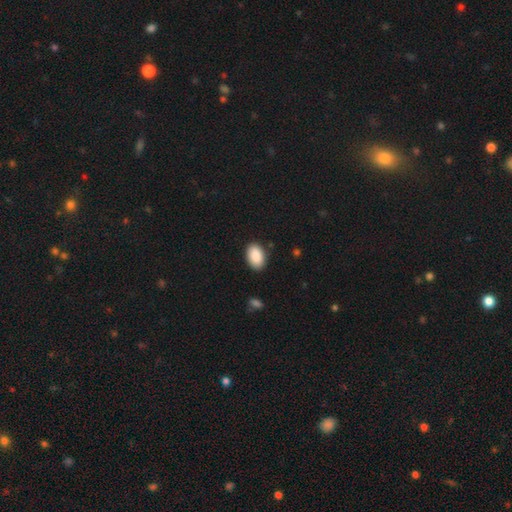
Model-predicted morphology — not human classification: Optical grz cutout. It shows a smooth galaxy with no disk features (90%) that is in between round and cigar-shaped (91%). Merging: none (88%).